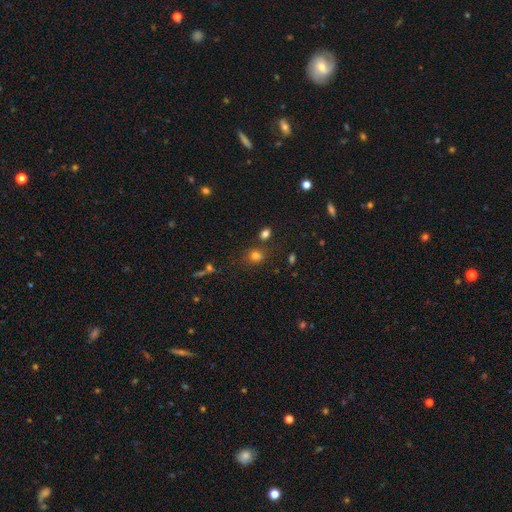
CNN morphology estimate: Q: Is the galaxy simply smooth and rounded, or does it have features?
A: smooth — 76%.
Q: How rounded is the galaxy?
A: round — 64%.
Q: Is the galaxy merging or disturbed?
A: none — 70%.